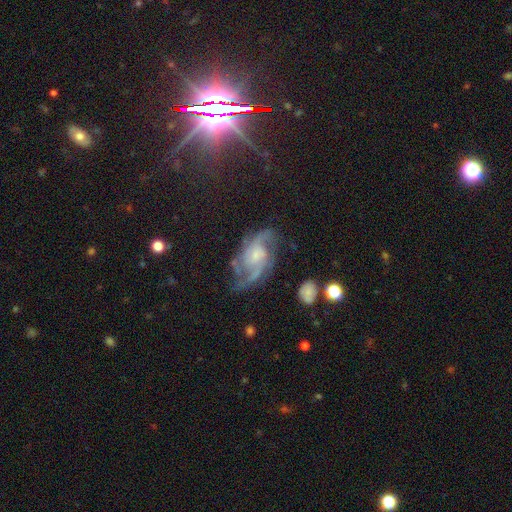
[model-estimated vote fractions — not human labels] Overall: featured or disk (83%). Edge-on disk: no (97%). Bar: no (62%; weak 31%). Spiral arms: yes (95%). Spiral arm count: 2 (45%; 3 21%). Spiral winding: medium (51%; tight 25%). Bulge size: small (53%; moderate 30%). Merging: none (62%).